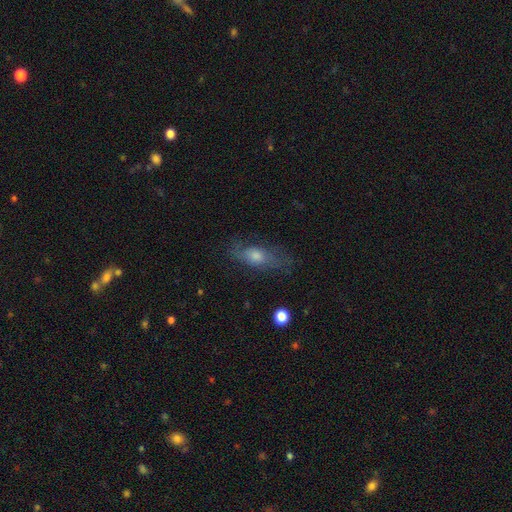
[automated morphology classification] Smooth or featured: smooth — 48% (featured or disk — 41%)
Merging: none — 67% (minor disturbance — 21%)